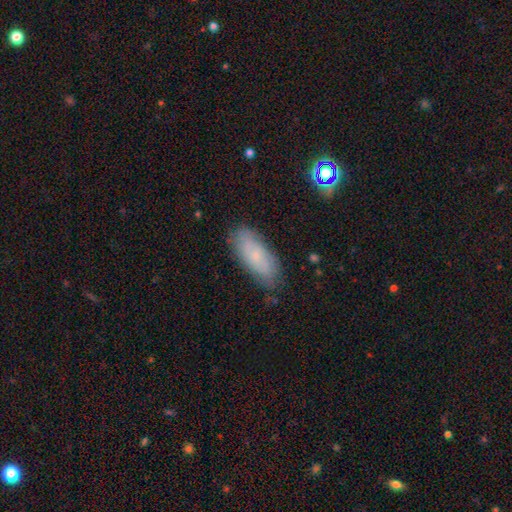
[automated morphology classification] The model was most divided on "smooth or featured": smooth: 64%, featured or disk: 27%, star or artifact: 9%. More confident: how rounded — in between (79%); merging — none (74%).